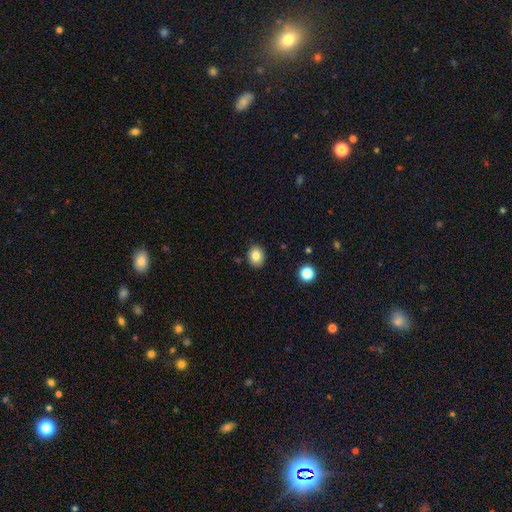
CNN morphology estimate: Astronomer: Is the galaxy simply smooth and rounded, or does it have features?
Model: smooth — 82%.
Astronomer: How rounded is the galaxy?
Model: in between — 51% (runner-up: round, 48%).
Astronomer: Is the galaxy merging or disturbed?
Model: none — 88%.